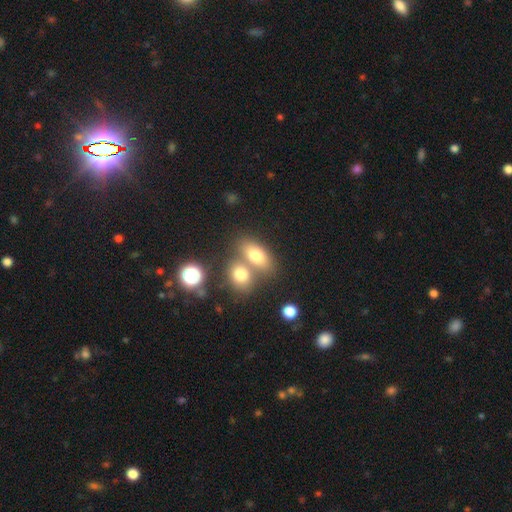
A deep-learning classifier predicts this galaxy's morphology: Smooth or featured? Predicted: smooth (p=0.74). How rounded? Predicted: in between (p=0.80). Merging? Predicted: merger (p=0.46).